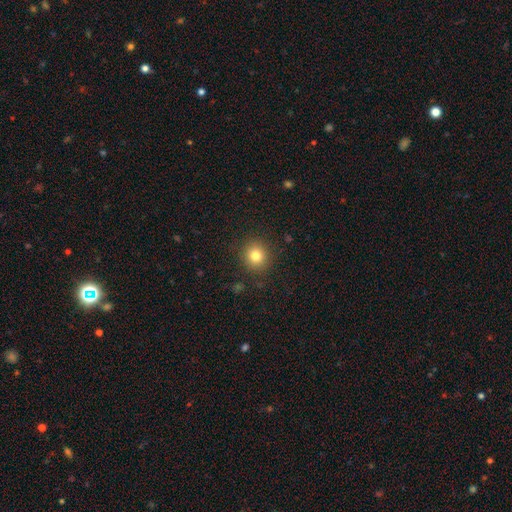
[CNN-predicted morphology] Smooth or featured?
  - smooth: 80% *
  - star or artifact: 13%
  - featured or disk: 7%
How rounded?
  - round: 91% *
  - in between: 8%
  - cigar-shaped: 1%
Merging?
  - none: 90% *
  - minor disturbance: 7%
  - major disturbance: 3%
  - merger: 1%